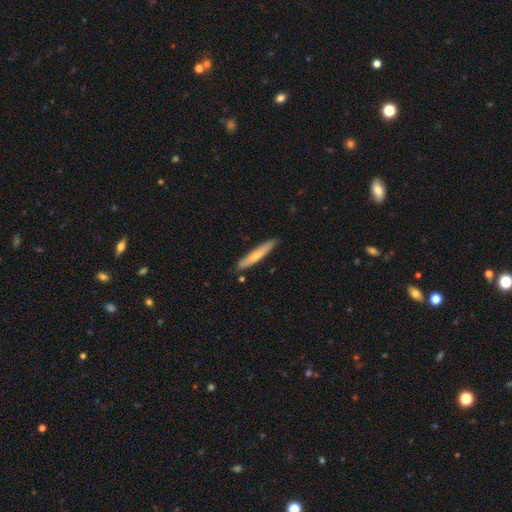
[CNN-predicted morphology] The model was most divided on "smooth or featured": smooth: 50%, featured or disk: 44%, star or artifact: 6%. More confident: how rounded — cigar-shaped (92%); merging — none (87%).